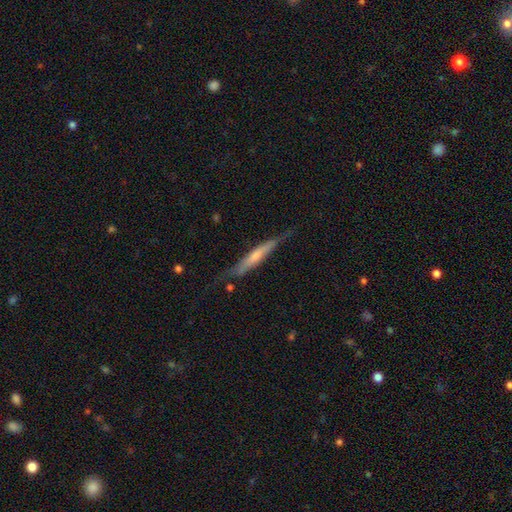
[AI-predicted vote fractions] smooth_or_featured: featured or disk (p=0.58) [alt: smooth p=0.36]
disk_edge_on: yes (p=0.91) [alt: no p=0.09]
edge_on_bulge: rounded (p=0.46) [alt: none p=0.40]
merging: none (p=0.70) [alt: minor disturbance p=0.22]